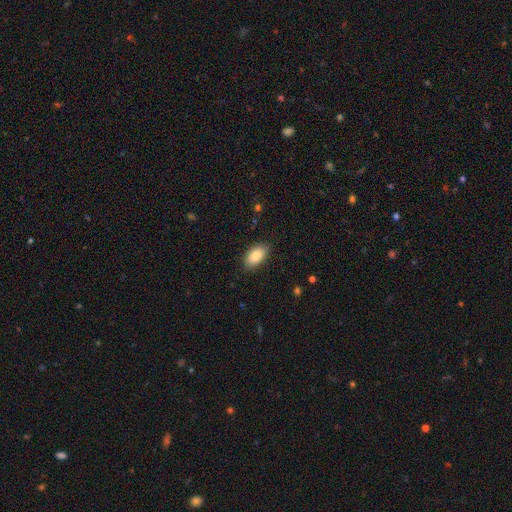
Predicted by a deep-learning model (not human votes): Smooth or featured? smooth (86%)
How rounded? in between (94%)
Merging? none (85%)